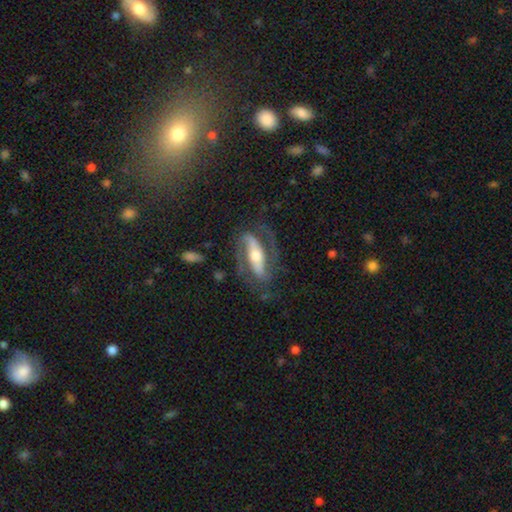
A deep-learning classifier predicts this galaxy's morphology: Overall: featured or disk (82%). Edge-on disk: no (83%). Bar: strong (61%). Spiral arms: yes (90%). Spiral arm count: 2 (87%). Spiral winding: medium (47%; tight 28%). Bulge size: moderate (60%; small 28%). Merging: none (70%).